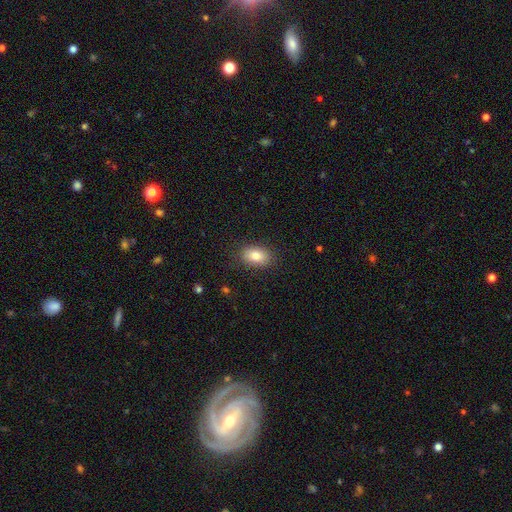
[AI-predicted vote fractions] smooth 83%, featured or disk 9%, star or artifact 8%. Down the decision tree: how rounded — in between (87%); merging — none (86%).